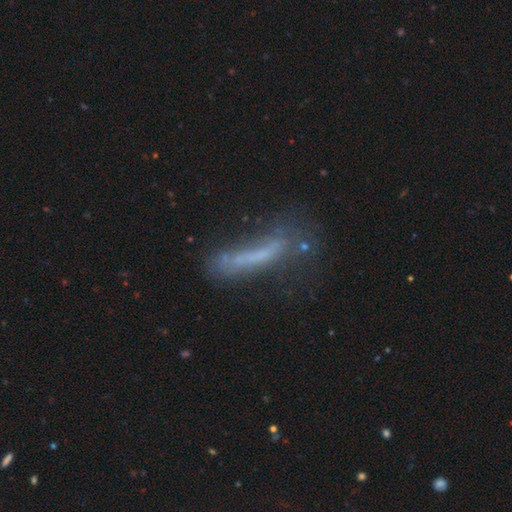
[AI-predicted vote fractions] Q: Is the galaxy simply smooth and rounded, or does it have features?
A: smooth — 46%.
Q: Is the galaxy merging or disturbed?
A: none — 44%.